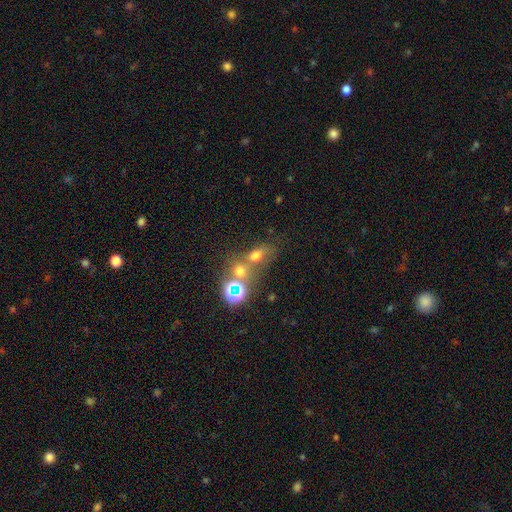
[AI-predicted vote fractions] Q: Smooth or featured?
A: smooth (57%); runner-up: star or artifact (28%)
Q: How rounded?
A: in between (51%); runner-up: round (45%)
Q: Merging?
A: merger (41%); runner-up: none (40%)